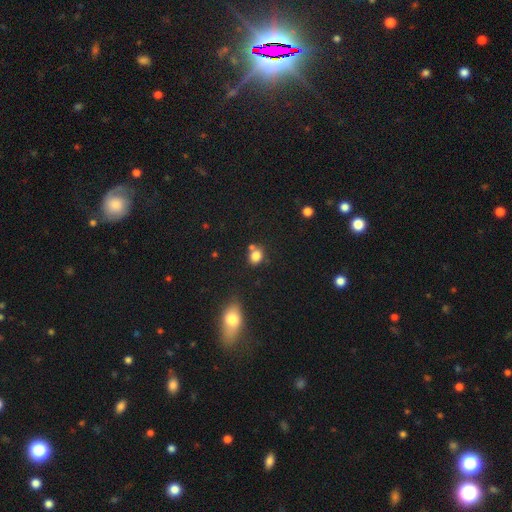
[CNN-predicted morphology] Smooth or featured? Predicted: smooth (p=0.81). How rounded? Predicted: round (p=0.60). Merging? Predicted: none (p=0.62).